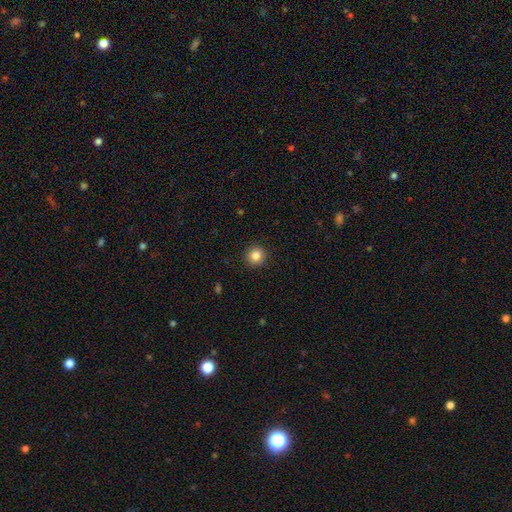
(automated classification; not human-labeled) Q: Smooth or featured?
A: smooth (84%); runner-up: star or artifact (10%)
Q: How rounded?
A: round (94%); runner-up: in between (5%)
Q: Merging?
A: none (92%); runner-up: minor disturbance (6%)